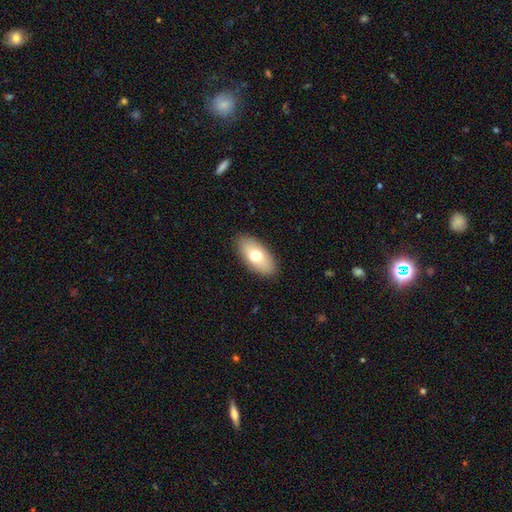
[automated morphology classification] Smooth or featured? Predicted: smooth (p=0.69). How rounded? Predicted: in between (p=0.91). Merging? Predicted: none (p=0.87).